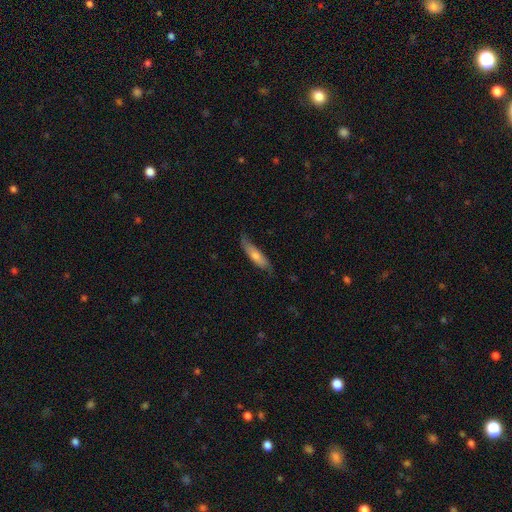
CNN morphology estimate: type=smooth (64%); roundness=cigar-shaped (69%); merging=none (72%).